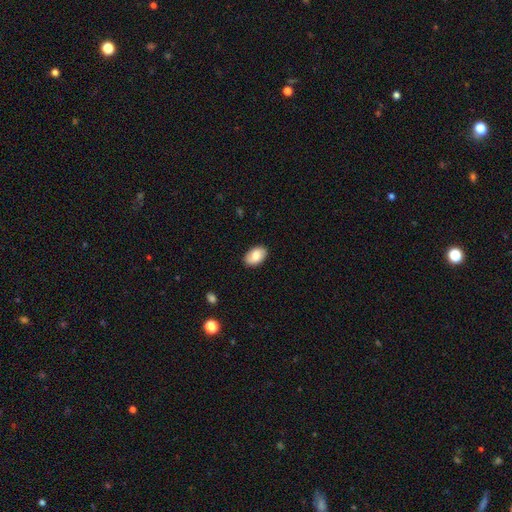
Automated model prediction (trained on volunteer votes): Overall: smooth (78%). How rounded: in between (90%). Merging: none (86%).